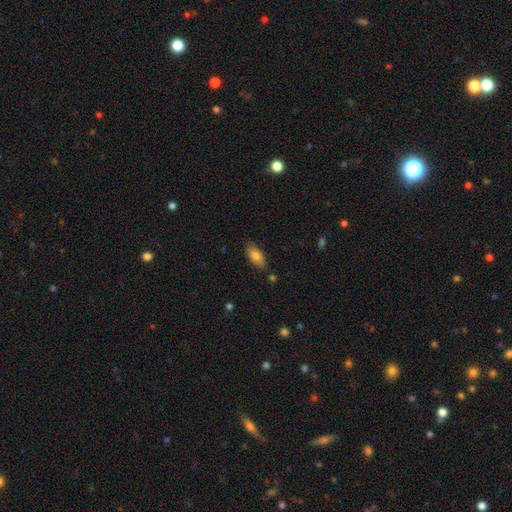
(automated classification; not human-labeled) Smooth or featured? smooth (78%)
How rounded? in between (86%)
Merging? none (82%)